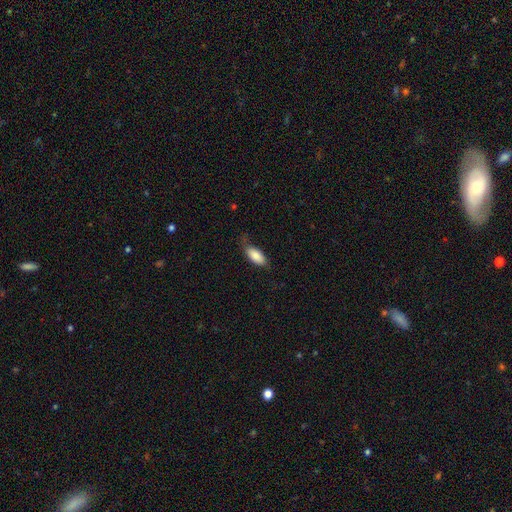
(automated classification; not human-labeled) Smooth or featured: smooth — 84% (featured or disk — 10%)
How rounded: in between — 87% (cigar-shaped — 11%)
Merging: none — 58% (minor disturbance — 30%)